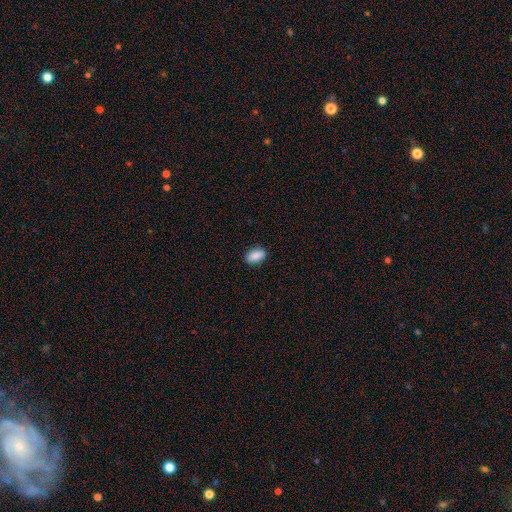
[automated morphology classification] The model was most divided on "merging": none: 88%, minor disturbance: 9%, major disturbance: 2%, merger: 1%. More confident: how rounded — in between (91%); smooth or featured — smooth (89%).